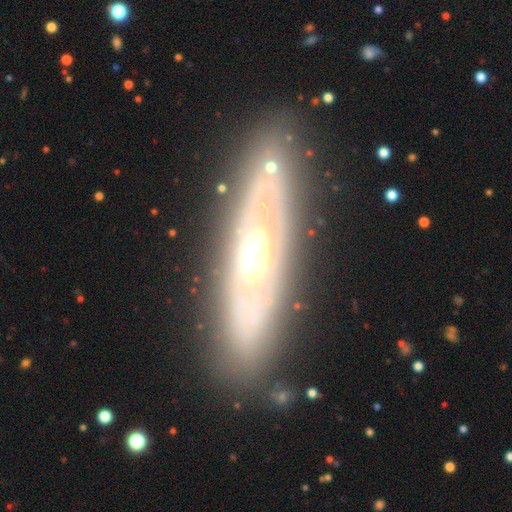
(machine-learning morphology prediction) A featured or disk galaxy (72%).

Vote fractions:
- Smooth or featured? featured or disk: 72% / smooth: 21% / star or artifact: 7%
- Edge-on disk? no: 68% / yes: 32%
- Merging? none: 82% / minor disturbance: 11% / major disturbance: 5% / merger: 2%